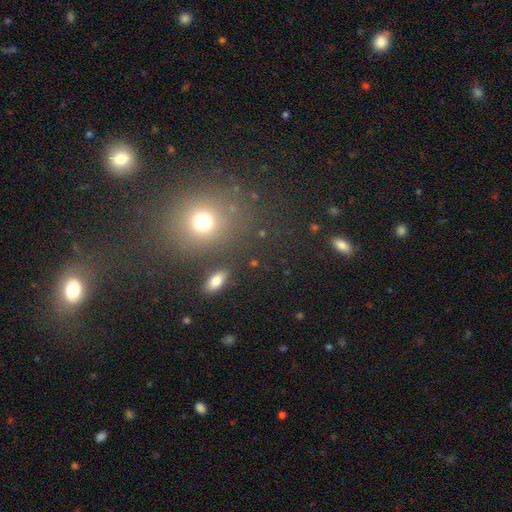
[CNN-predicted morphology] smooth_or_featured: smooth (p=0.55) [alt: star or artifact p=0.36]
how_rounded: round (p=0.74) [alt: in between p=0.24]
merging: none (p=0.73) [alt: merger p=0.11]